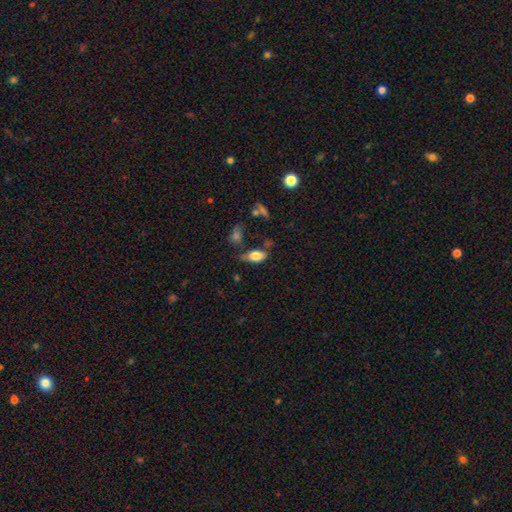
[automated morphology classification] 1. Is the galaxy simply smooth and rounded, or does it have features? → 78% smooth, 14% featured or disk, 8% star or artifact.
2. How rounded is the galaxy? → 90% in between, 6% cigar-shaped, 4% round.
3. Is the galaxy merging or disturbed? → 50% none, 29% minor disturbance, 11% major disturbance, 10% merger.